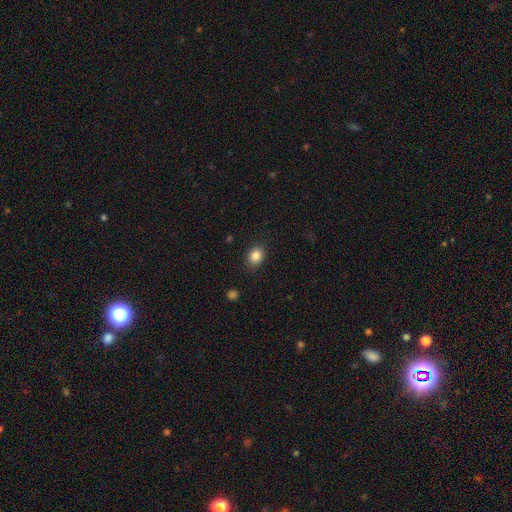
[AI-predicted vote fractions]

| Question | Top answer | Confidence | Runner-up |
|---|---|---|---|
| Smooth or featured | smooth | 85% | star or artifact (10%) |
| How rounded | round | 57% | in between (42%) |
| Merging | none | 87% | minor disturbance (10%) |